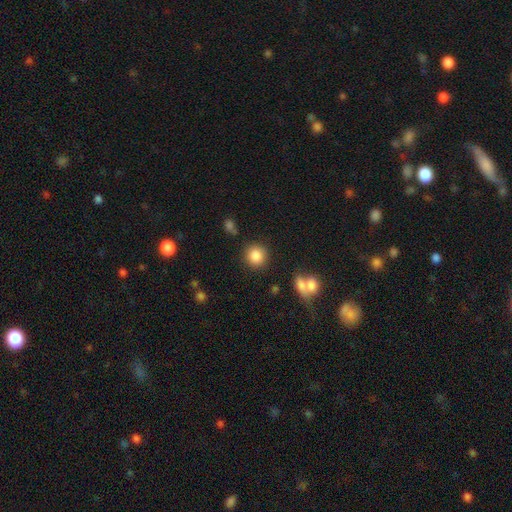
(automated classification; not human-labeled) Smooth or featured? smooth (85%)
How rounded? round (89%)
Merging? none (85%)